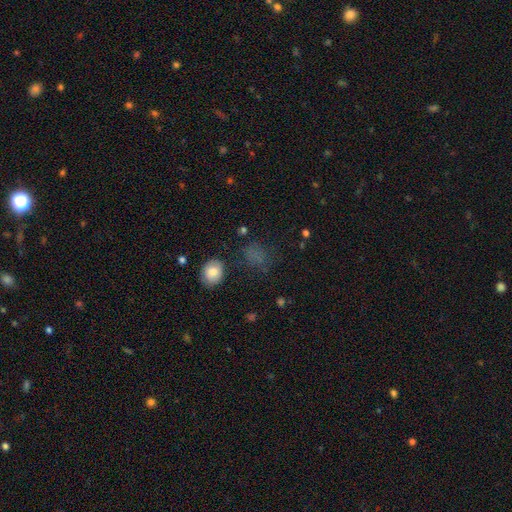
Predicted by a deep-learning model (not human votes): smooth_or_featured: smooth (p=0.65) [alt: star or artifact p=0.23]
how_rounded: round (p=0.52) [alt: in between p=0.46]
merging: none (p=0.63) [alt: minor disturbance p=0.19]